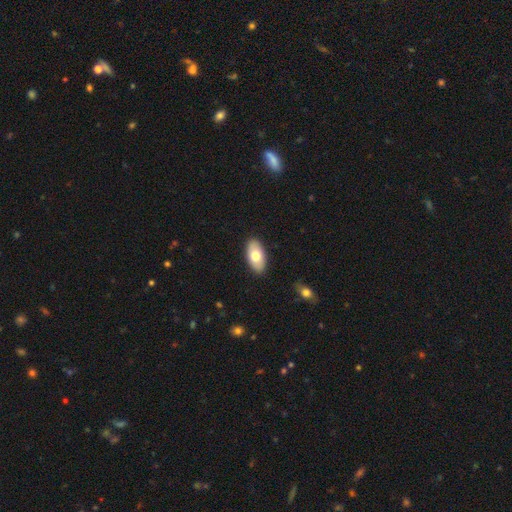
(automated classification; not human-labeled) Overall: smooth (72%). How rounded: in between (94%). Merging: none (89%).